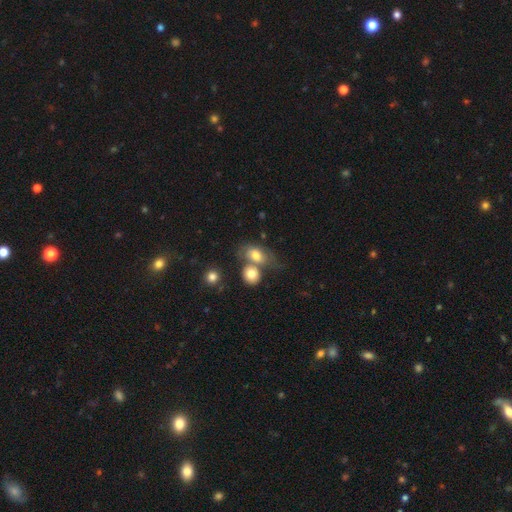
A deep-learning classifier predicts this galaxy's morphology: The model was most divided on "merging": merger: 49%, none: 32%, minor disturbance: 12%, major disturbance: 7%. More confident: smooth or featured — smooth (73%); how rounded — in between (68%).